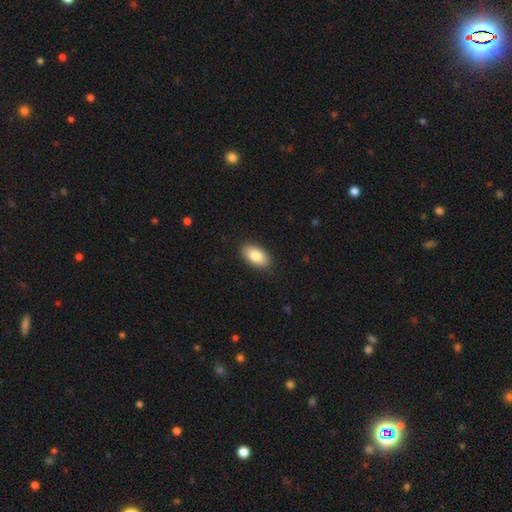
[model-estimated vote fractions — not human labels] Smooth or featured? smooth (84%)
How rounded? in between (94%)
Merging? none (88%)